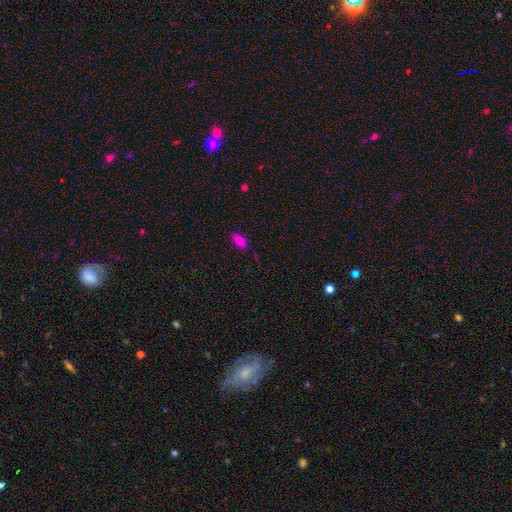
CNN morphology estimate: smooth 73%, star or artifact 21%, featured or disk 5%. Down the decision tree: how rounded — in between (86%); merging — none (78%).